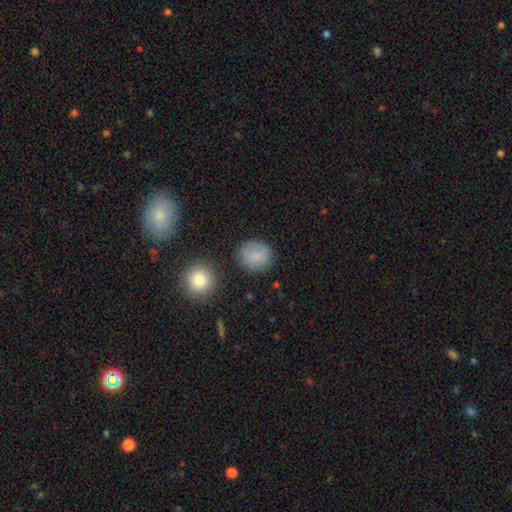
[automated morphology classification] smooth-or-featured: smooth: 84% | star or artifact: 9% | featured or disk: 8%
  how-rounded: round: 76% | in between: 23% | cigar-shaped: 1%
  merging: none: 81% | minor disturbance: 13% | major disturbance: 4% | merger: 3%